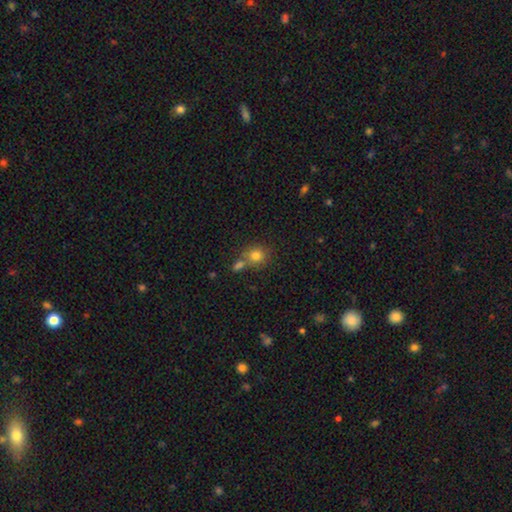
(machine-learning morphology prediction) A smooth galaxy with no disk features (79%) that is round (82%). Merging: none (56%).